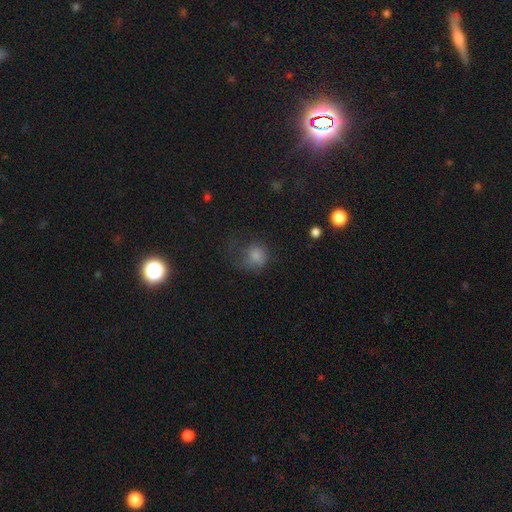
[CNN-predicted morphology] Smooth or featured: smooth — 72% (featured or disk — 16%)
How rounded: round — 71% (in between — 28%)
Merging: major disturbance — 41% (none — 34%)